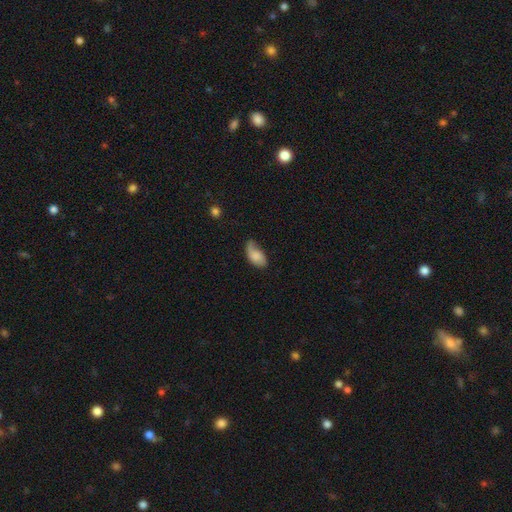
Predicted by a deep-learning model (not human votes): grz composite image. It shows a smooth galaxy with no disk features (72%) that is in between round and cigar-shaped (93%). Merging: none (45%).